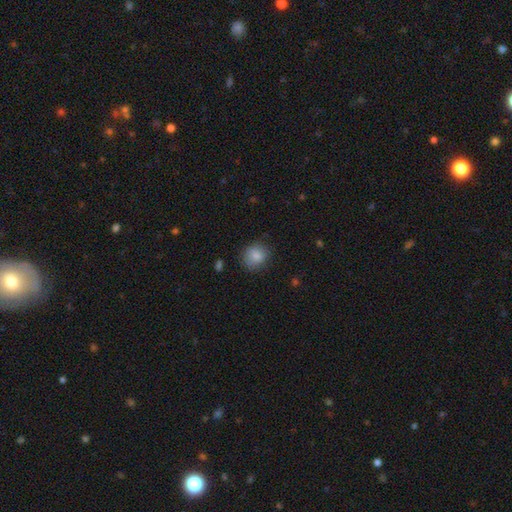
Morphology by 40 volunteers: This appears to be a smooth galaxy with no disk features (85%) that is round (82%). Merging: none (69%).